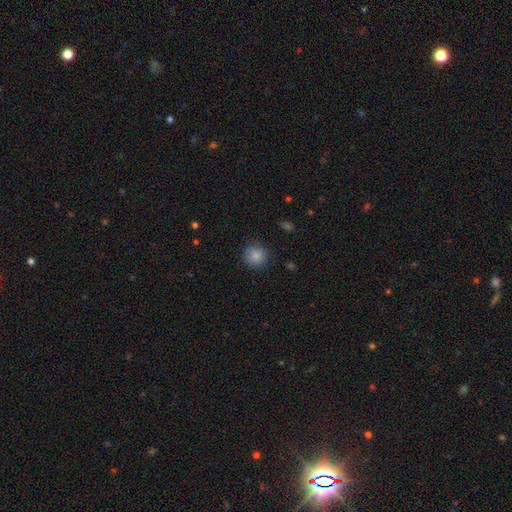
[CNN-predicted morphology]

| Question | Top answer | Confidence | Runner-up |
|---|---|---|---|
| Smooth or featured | smooth | 84% | star or artifact (9%) |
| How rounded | round | 91% | in between (8%) |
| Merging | none | 84% | minor disturbance (12%) |